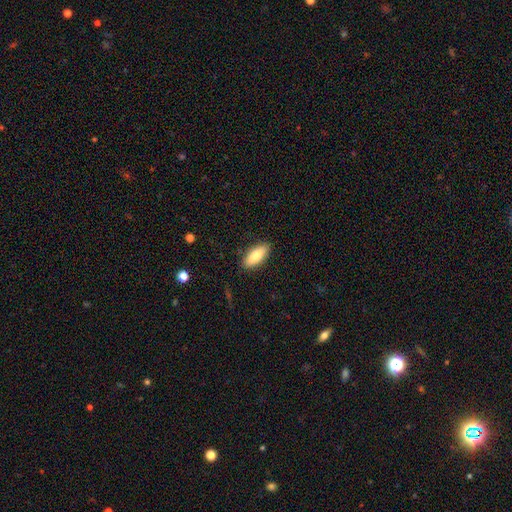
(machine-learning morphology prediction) type=smooth (79%); roundness=in between (79%); merging=none (88%).